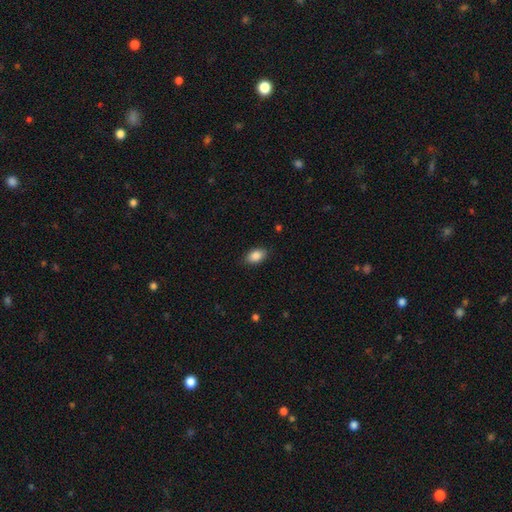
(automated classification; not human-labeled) smooth_or_featured: smooth (p=0.88) [alt: star or artifact p=0.08]
how_rounded: in between (p=0.89) [alt: round p=0.09]
merging: none (p=0.85) [alt: minor disturbance p=0.11]